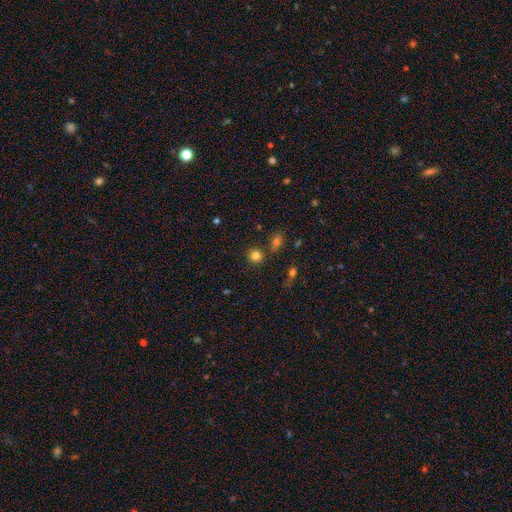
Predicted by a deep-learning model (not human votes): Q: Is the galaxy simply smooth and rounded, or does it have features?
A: smooth — 81%.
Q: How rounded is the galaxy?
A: round — 88%.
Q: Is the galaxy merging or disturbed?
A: none — 80%.